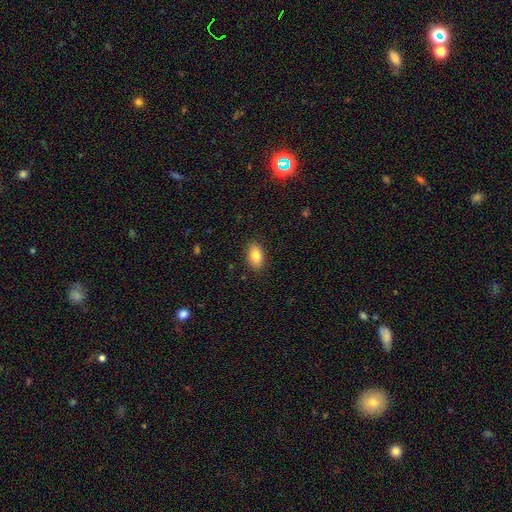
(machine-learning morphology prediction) This appears to be a smooth galaxy with no disk features (83%) that is in between round and cigar-shaped (90%). Merging: none (88%).